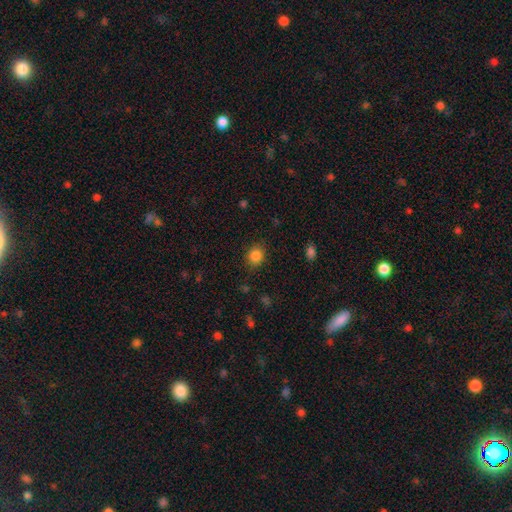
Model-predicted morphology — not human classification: The model was most divided on "how rounded": round: 74%, in between: 25%, cigar-shaped: 1%. More confident: merging — none (86%); smooth or featured — smooth (85%).